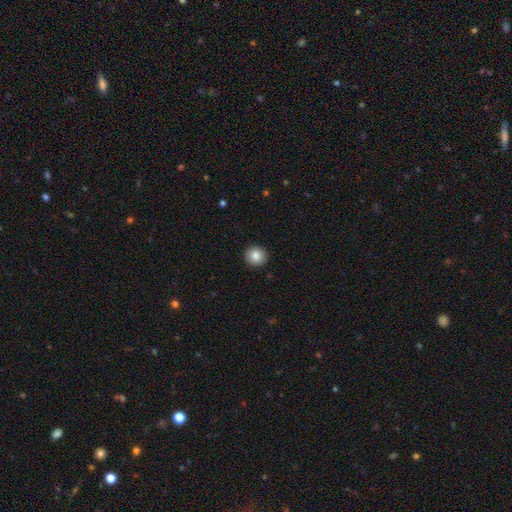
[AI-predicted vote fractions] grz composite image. It shows a smooth galaxy with no disk features (85%) that is round (93%). Merging: none (93%).